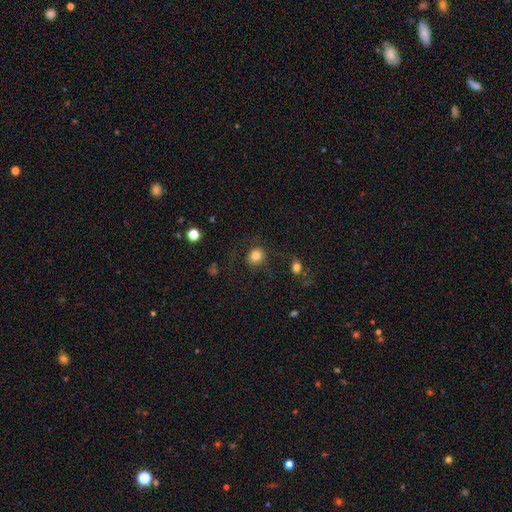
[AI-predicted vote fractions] A smooth galaxy with no disk features (81%) that is round (80%).

Vote fractions:
- Smooth or featured? smooth: 81% / star or artifact: 11% / featured or disk: 8%
- How rounded? round: 80% / in between: 19% / cigar-shaped: 1%
- Merging? none: 77% / minor disturbance: 12% / major disturbance: 8% / merger: 3%